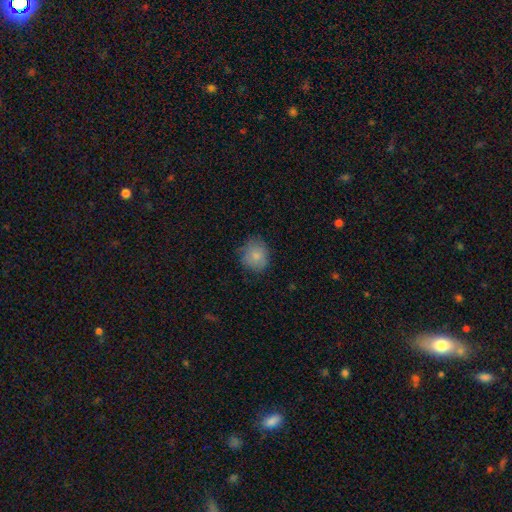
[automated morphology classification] This appears to be a smooth galaxy with no disk features (81%) that is round (70%). Merging: none (71%).